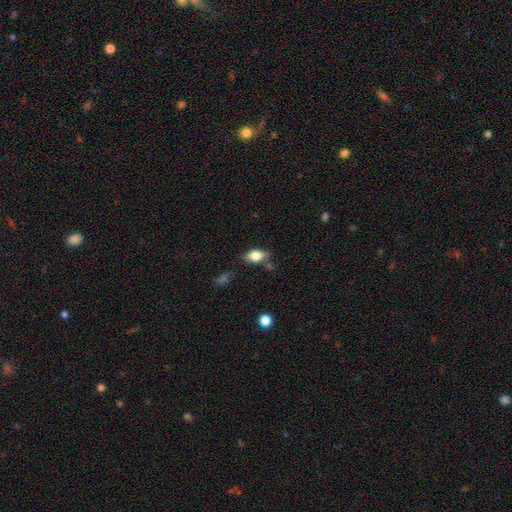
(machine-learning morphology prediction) A smooth galaxy with no disk features (73%) that is in between round and cigar-shaped (85%). Merging: none (73%).